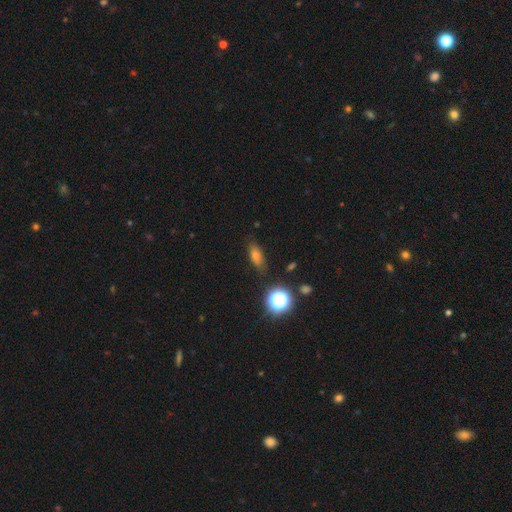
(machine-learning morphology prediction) Smooth or featured: smooth — 68% (star or artifact — 19%)
How rounded: in between — 67% (cigar-shaped — 20%)
Merging: none — 81% (minor disturbance — 14%)